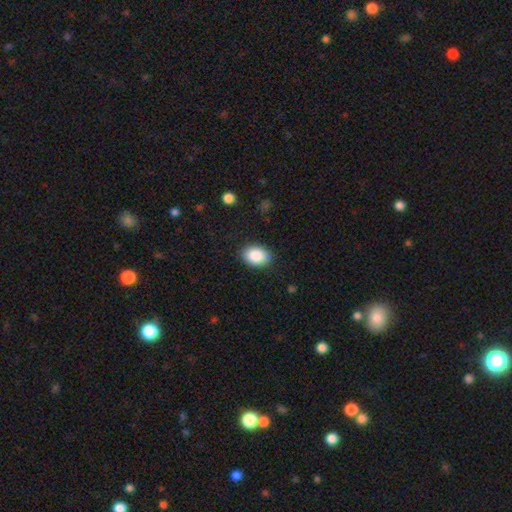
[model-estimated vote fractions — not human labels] This appears to be a smooth galaxy with no disk features (88%) that is in between round and cigar-shaped (74%). Merging: none (87%).